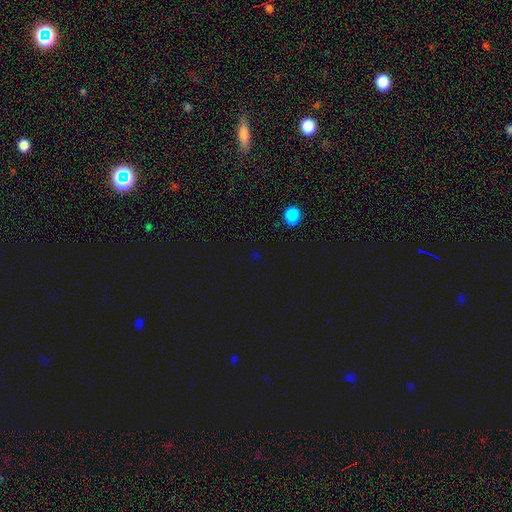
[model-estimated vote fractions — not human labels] smooth-or-featured: star or artifact: 49% | smooth: 45% | featured or disk: 6%